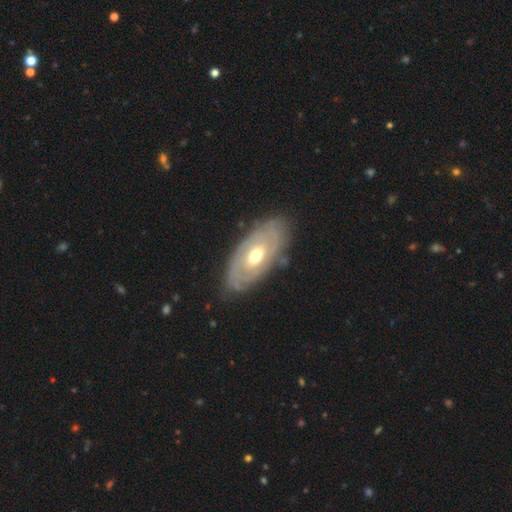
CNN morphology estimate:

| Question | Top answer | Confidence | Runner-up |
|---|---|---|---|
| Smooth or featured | featured or disk | 72% | smooth (23%) |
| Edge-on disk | no | 88% | yes (12%) |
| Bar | no | 69% | weak (25%) |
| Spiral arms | yes | 58% | no (42%) |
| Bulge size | moderate | 74% | small (14%) |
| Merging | none | 79% | minor disturbance (15%) |